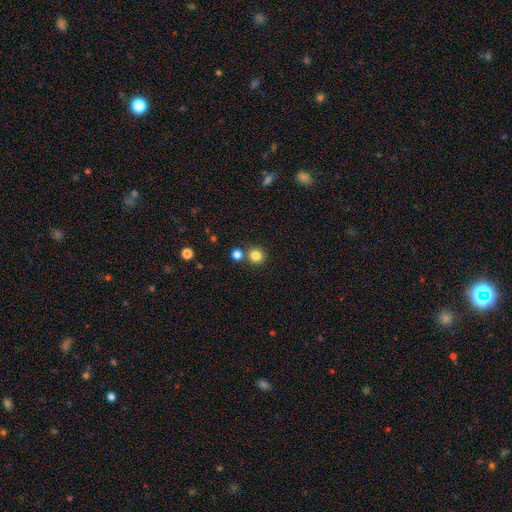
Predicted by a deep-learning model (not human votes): The model was most divided on "merging": none: 76%, merger: 15%, minor disturbance: 7%, major disturbance: 2%. More confident: how rounded — round (93%); smooth or featured — smooth (83%).